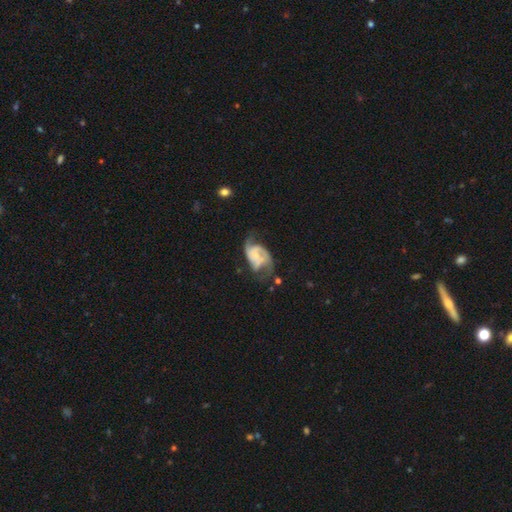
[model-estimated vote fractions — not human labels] Smooth or featured?
  - featured or disk: 71% *
  - smooth: 21%
  - star or artifact: 7%
Edge-on disk?
  - no: 98% *
  - yes: 2%
Bar?
  - no: 63% *
  - weak: 29%
  - strong: 9%
Spiral arms?
  - yes: 85% *
  - no: 15%
Spiral winding?
  - medium: 43% *
  - loose: 36%
  - tight: 21%
Spiral arm count?
  - 2: 63% *
  - can't tell: 14%
  - 3: 10%
  - 1: 8%
  - 4: 3%
  - more than 4: 2%
Bulge size?
  - small: 41% *
  - none: 34%
  - moderate: 16%
  - large: 6%
  - dominant: 2%
Merging?
  - major disturbance: 38% *
  - none: 32%
  - minor disturbance: 24%
  - merger: 5%